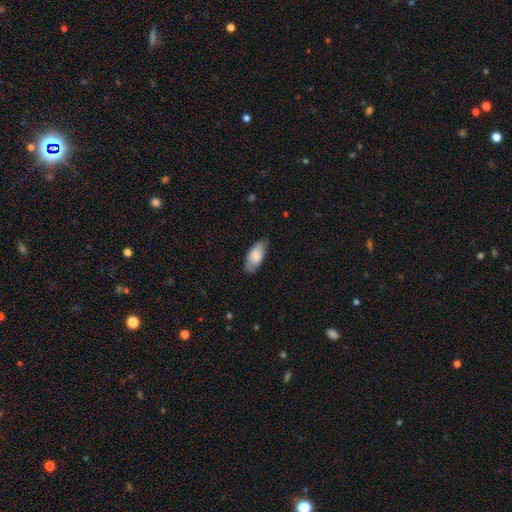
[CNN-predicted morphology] Overall: smooth (81%). How rounded: in between (89%). Merging: none (76%).